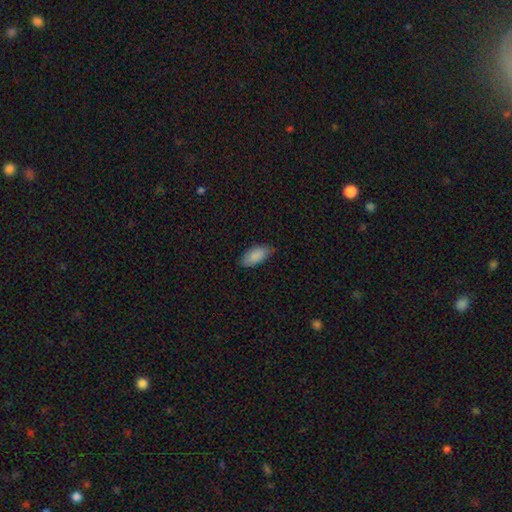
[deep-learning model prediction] smooth_or_featured: smooth (p=0.87) [alt: featured or disk p=0.06]
how_rounded: in between (p=0.93) [alt: cigar-shaped p=0.05]
merging: none (p=0.76) [alt: minor disturbance p=0.20]